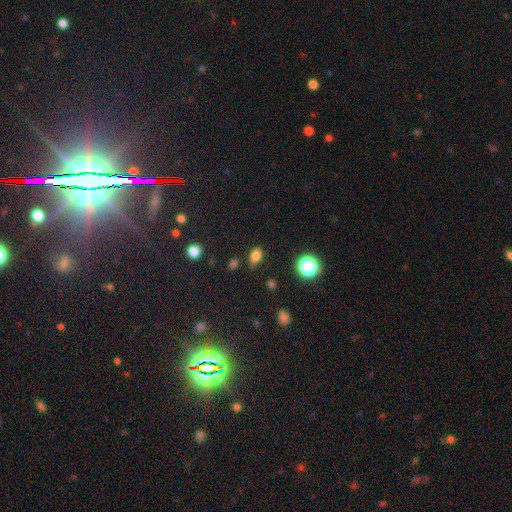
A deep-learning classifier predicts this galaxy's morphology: Smooth or featured? Predicted: smooth (p=0.81). How rounded? Predicted: in between (p=0.76). Merging? Predicted: none (p=0.73).